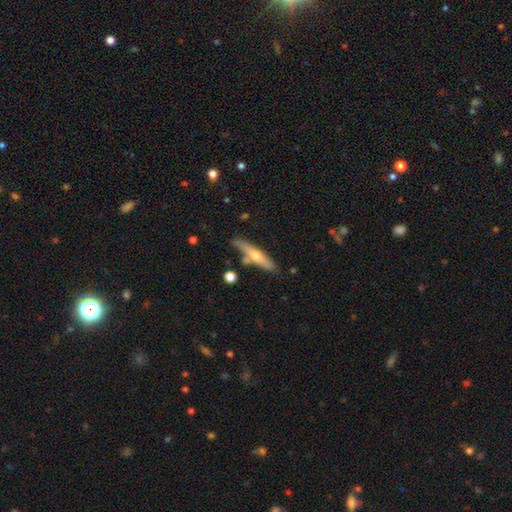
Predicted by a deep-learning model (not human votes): Smooth or featured?
  - featured or disk: 51% *
  - smooth: 43%
  - star or artifact: 6%
Edge-on disk?
  - yes: 90% *
  - no: 10%
Merging?
  - none: 69% *
  - minor disturbance: 17%
  - merger: 10%
  - major disturbance: 4%